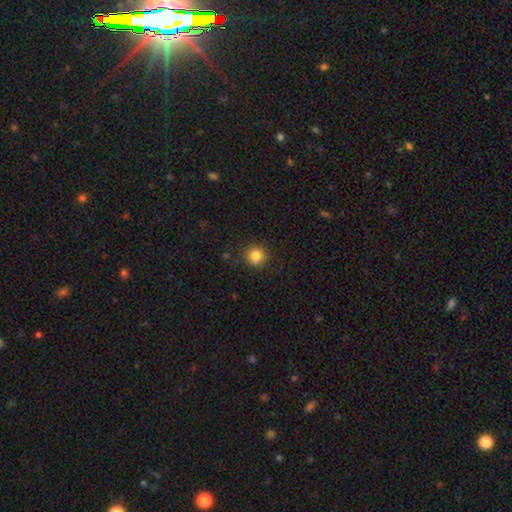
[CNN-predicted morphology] A smooth galaxy with no disk features (83%) that is round (93%). Merging: none (87%).